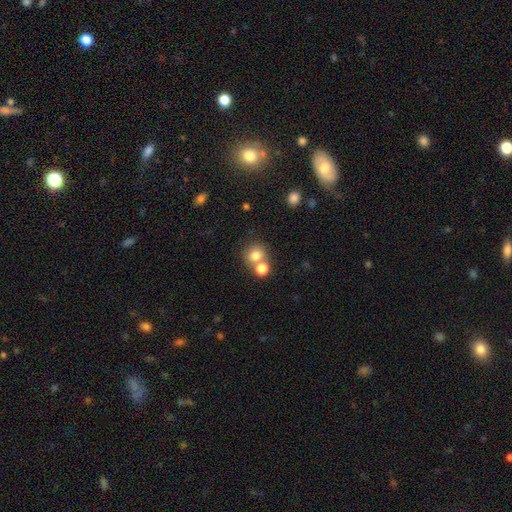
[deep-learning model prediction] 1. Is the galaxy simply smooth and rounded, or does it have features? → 78% smooth, 13% star or artifact, 9% featured or disk.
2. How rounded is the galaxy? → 81% round, 18% in between, 1% cigar-shaped.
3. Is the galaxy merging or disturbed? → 54% none, 35% merger, 8% minor disturbance, 3% major disturbance.